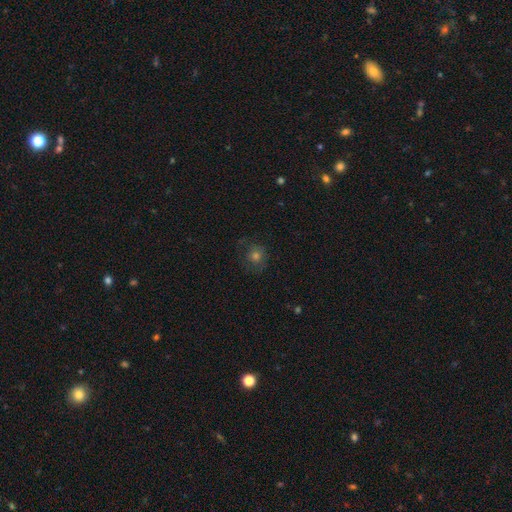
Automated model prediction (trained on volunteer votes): Morphology: type=smooth (59%); roundness=round (89%); merging=none (77%).